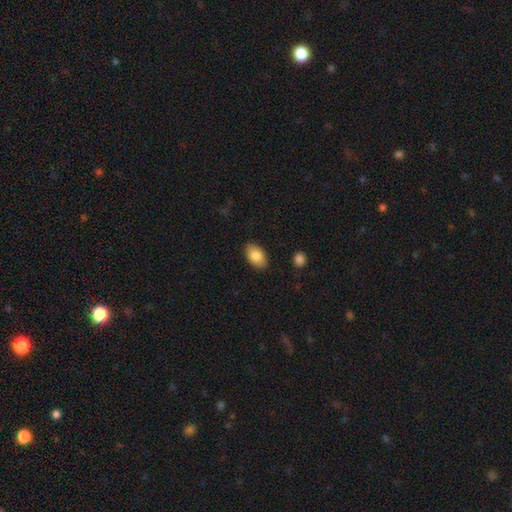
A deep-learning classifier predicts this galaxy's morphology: A smooth galaxy with no disk features (85%) that is in between round and cigar-shaped (92%).

Vote fractions:
- Smooth or featured? smooth: 85% / featured or disk: 8% / star or artifact: 7%
- How rounded? in between: 92% / round: 6% / cigar-shaped: 1%
- Merging? none: 88% / minor disturbance: 9% / major disturbance: 2% / merger: 1%